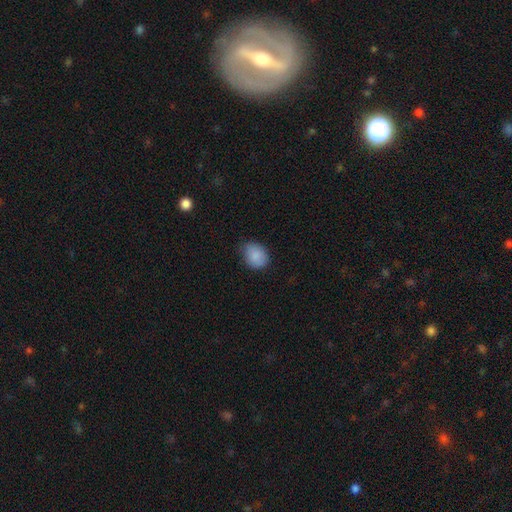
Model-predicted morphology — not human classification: The model was most divided on "how rounded": in between: 53%, round: 47%, cigar-shaped: 1%. More confident: smooth or featured — smooth (88%); merging — none (71%).